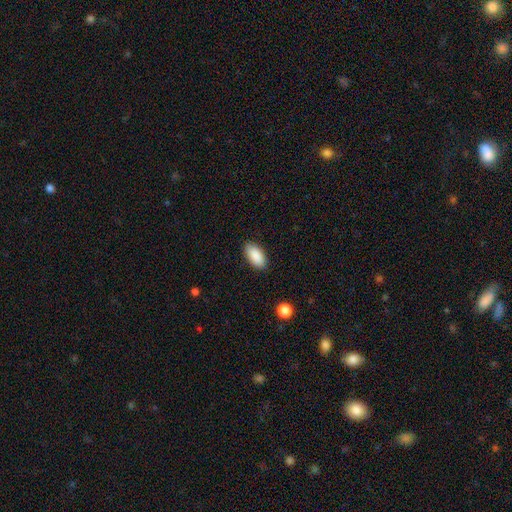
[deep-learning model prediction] Smooth or featured?
  - smooth: 89% *
  - star or artifact: 6%
  - featured or disk: 4%
How rounded?
  - in between: 93% *
  - cigar-shaped: 5%
  - round: 2%
Merging?
  - none: 88% *
  - minor disturbance: 9%
  - major disturbance: 2%
  - merger: 1%